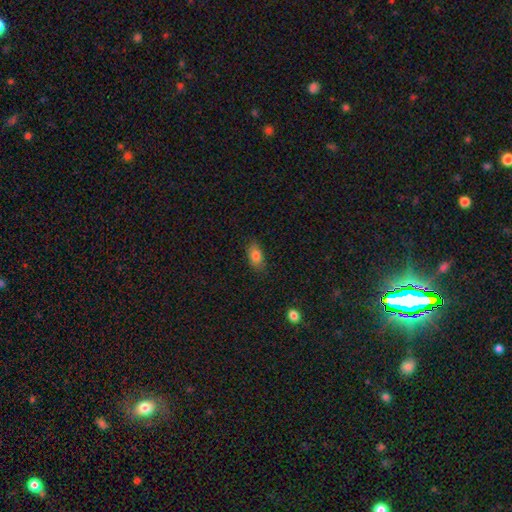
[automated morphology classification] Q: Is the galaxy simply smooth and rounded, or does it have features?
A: smooth — 83%.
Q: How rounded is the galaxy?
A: in between — 88%.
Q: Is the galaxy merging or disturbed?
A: none — 80%.